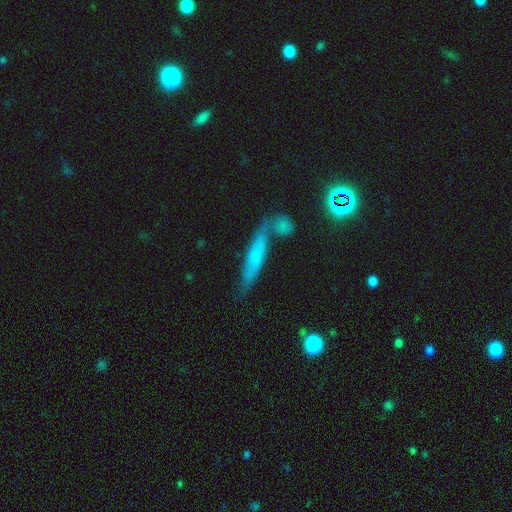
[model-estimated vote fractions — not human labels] smooth-or-featured: smooth: 53% | featured or disk: 34% | star or artifact: 13%
  how-rounded: cigar-shaped: 78% | in between: 18% | round: 4%
  merging: none: 52% | merger: 20% | minor disturbance: 19% | major disturbance: 9%